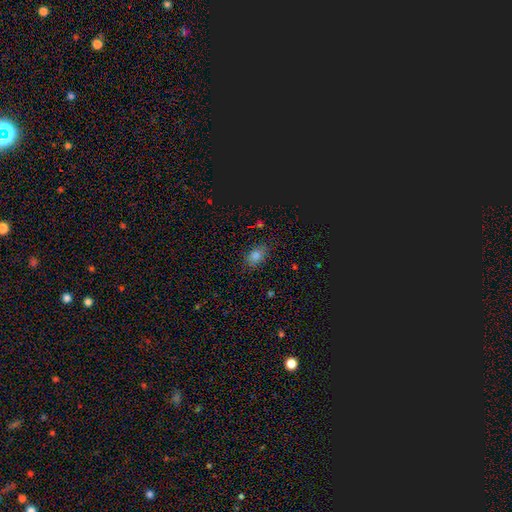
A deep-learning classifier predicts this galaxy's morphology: This is likely a smooth galaxy (71%). How rounded: likely in between (72%). Merging: clearly none (82%).